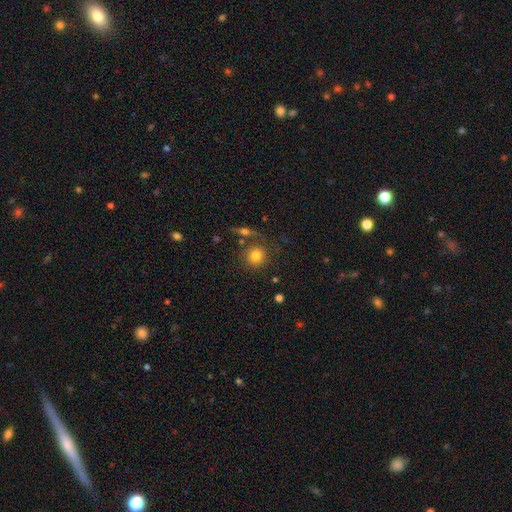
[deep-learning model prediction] smooth_or_featured: smooth (p=0.79) [alt: star or artifact p=0.11]
how_rounded: round (p=0.87) [alt: in between p=0.11]
merging: none (p=0.71) [alt: merger p=0.12]